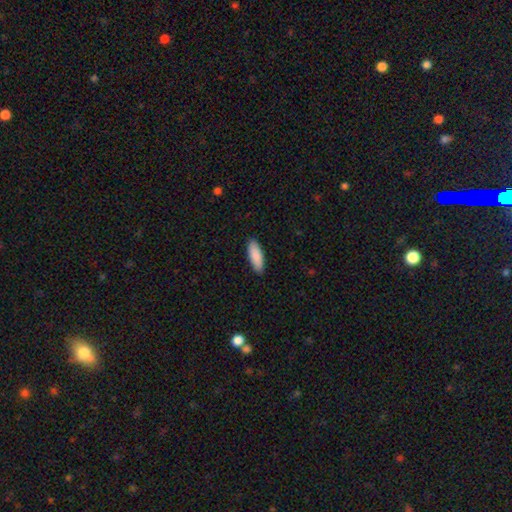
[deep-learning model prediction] Smooth or featured?
  - smooth: 90% *
  - star or artifact: 5%
  - featured or disk: 5%
How rounded?
  - in between: 70% *
  - cigar-shaped: 29%
  - round: 2%
Merging?
  - none: 89% *
  - minor disturbance: 9%
  - major disturbance: 2%
  - merger: 1%